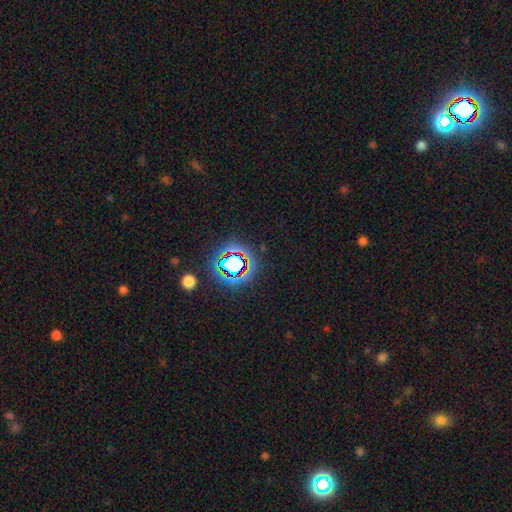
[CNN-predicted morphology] Overall: star or artifact (78%).